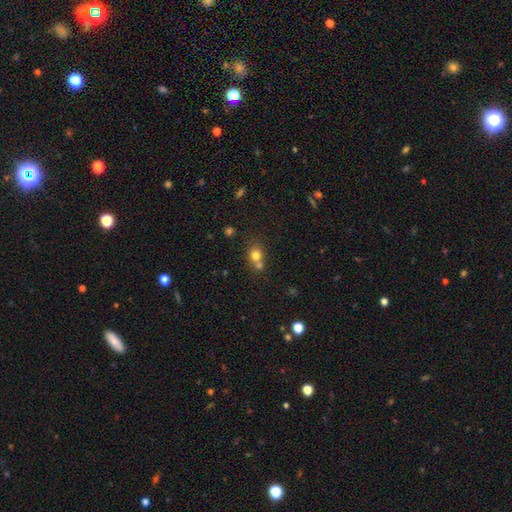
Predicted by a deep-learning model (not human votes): A smooth galaxy with no disk features (75%) that is round (78%).

Vote fractions:
- Smooth or featured? smooth: 75% / star or artifact: 14% / featured or disk: 11%
- How rounded? round: 78% / in between: 21% / cigar-shaped: 1%
- Merging? none: 46% / merger: 43% / minor disturbance: 8% / major disturbance: 3%